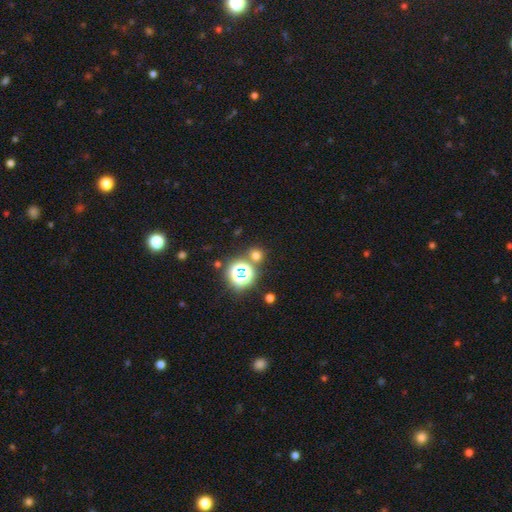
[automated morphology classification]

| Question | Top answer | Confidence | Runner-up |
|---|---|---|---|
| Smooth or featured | smooth | 60% | star or artifact (33%) |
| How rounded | round | 88% | in between (11%) |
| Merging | none | 78% | merger (11%) |